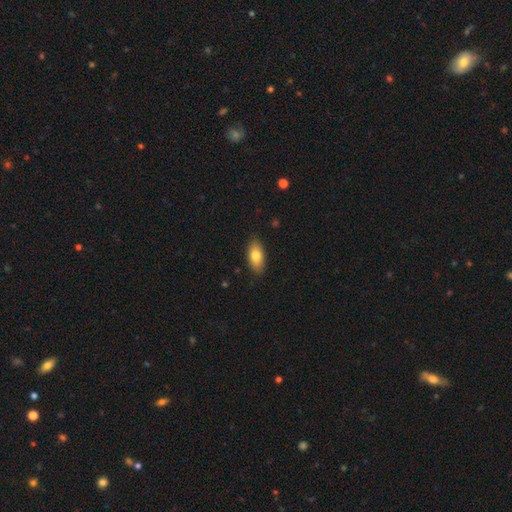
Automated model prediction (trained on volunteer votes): This appears to be a smooth galaxy with no disk features (78%) that is in between round and cigar-shaped (89%). Merging: none (86%).